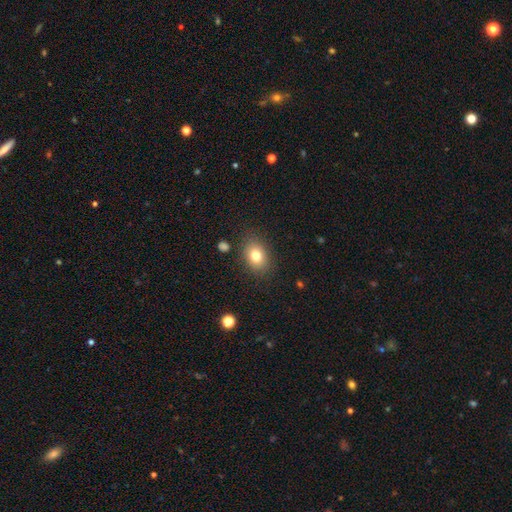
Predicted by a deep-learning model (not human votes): A smooth galaxy with no disk features (79%) that is in between round and cigar-shaped (70%). Merging: none (83%).